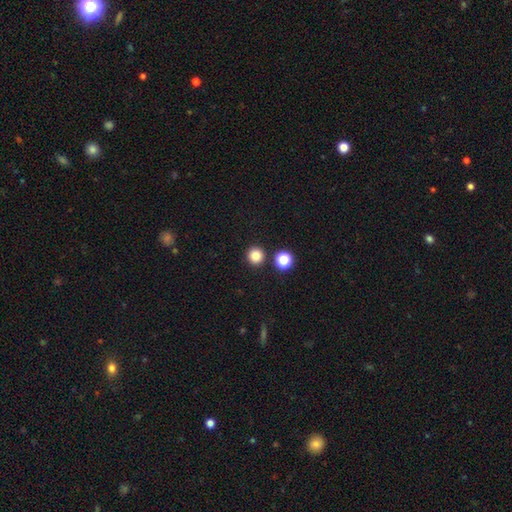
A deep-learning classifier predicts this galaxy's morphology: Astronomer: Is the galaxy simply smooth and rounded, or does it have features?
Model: smooth — 83%.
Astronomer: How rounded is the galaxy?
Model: round — 94%.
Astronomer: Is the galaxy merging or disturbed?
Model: none — 88%.